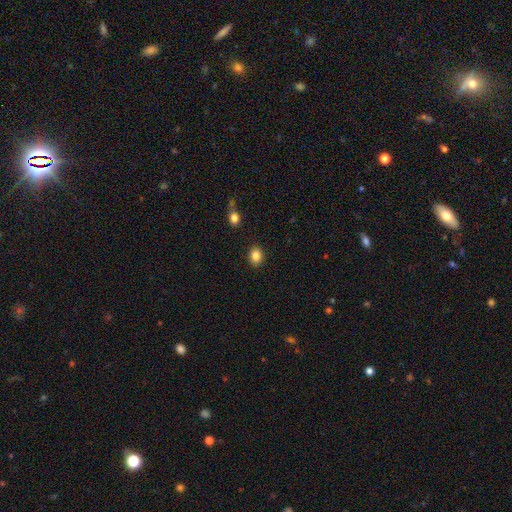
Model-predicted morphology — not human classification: type=smooth (85%); roundness=in between (52%); merging=none (89%).